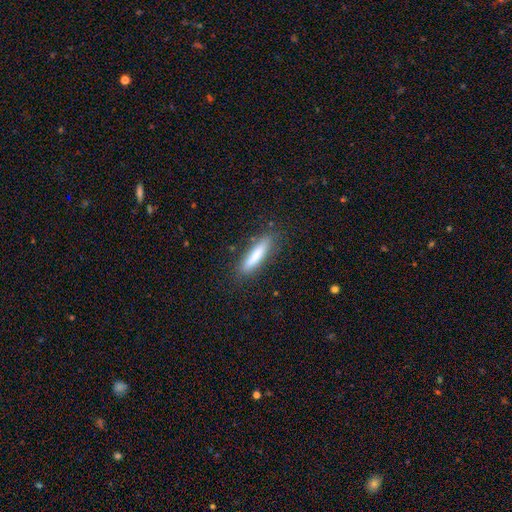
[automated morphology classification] Smooth or featured: smooth — 77% (featured or disk — 17%)
How rounded: cigar-shaped — 83% (in between — 16%)
Merging: none — 83% (minor disturbance — 12%)